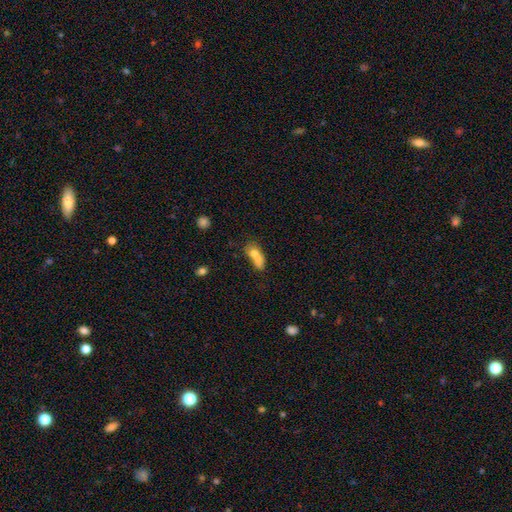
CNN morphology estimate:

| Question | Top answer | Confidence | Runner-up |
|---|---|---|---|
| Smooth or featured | smooth | 72% | featured or disk (17%) |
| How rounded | in between | 73% | cigar-shaped (16%) |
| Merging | none | 29% | merger (28%) |